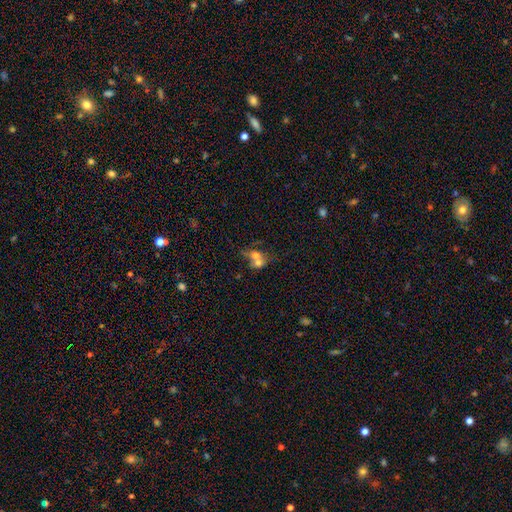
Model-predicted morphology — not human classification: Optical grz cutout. It shows a smooth galaxy with no disk features (62%) that is round (55%). Merging: merger (69%).